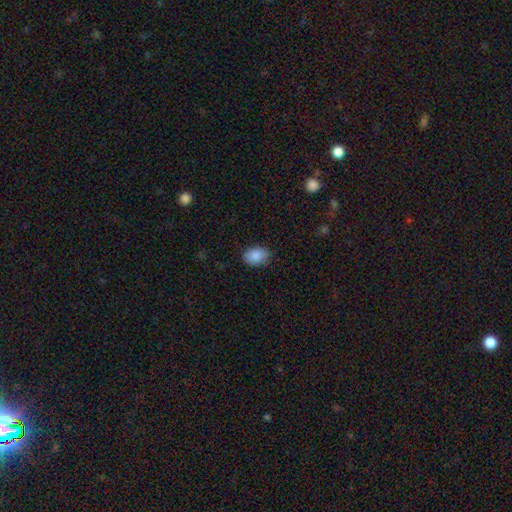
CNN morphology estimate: Smooth or featured? Predicted: smooth (p=0.88). How rounded? Predicted: in between (p=0.77). Merging? Predicted: none (p=0.86).